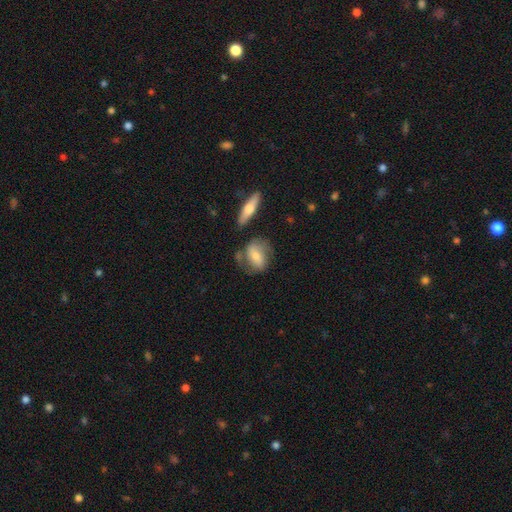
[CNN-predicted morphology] type=smooth (56%); roundness=in between (66%); merging=none (58%).